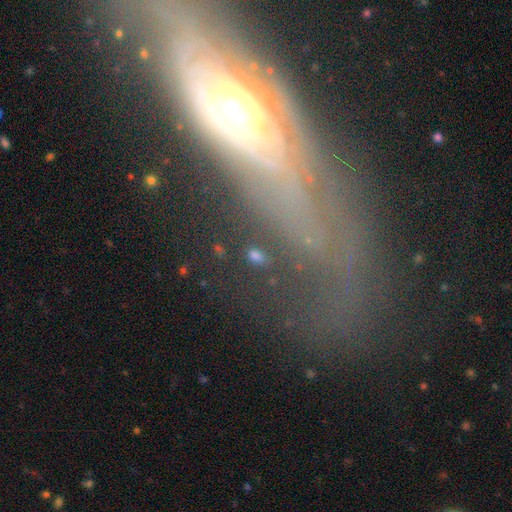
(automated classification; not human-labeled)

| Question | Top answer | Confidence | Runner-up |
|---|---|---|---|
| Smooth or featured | smooth | 66% | star or artifact (26%) |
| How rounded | in between | 81% | round (15%) |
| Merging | none | 77% | minor disturbance (12%) |